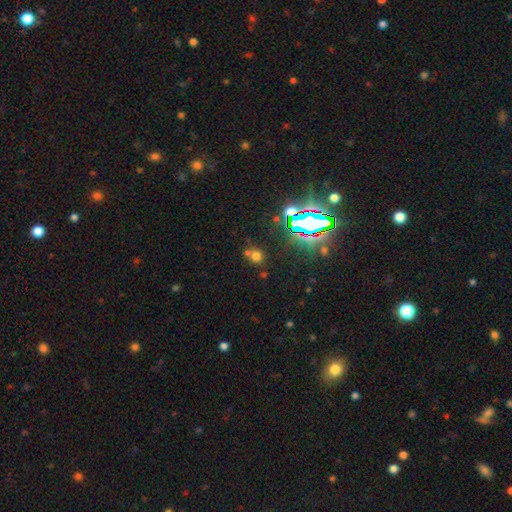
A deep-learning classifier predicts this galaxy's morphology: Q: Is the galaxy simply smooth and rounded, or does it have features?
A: smooth — 57%.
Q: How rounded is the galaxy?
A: round — 79%.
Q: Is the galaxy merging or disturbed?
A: none — 60%.